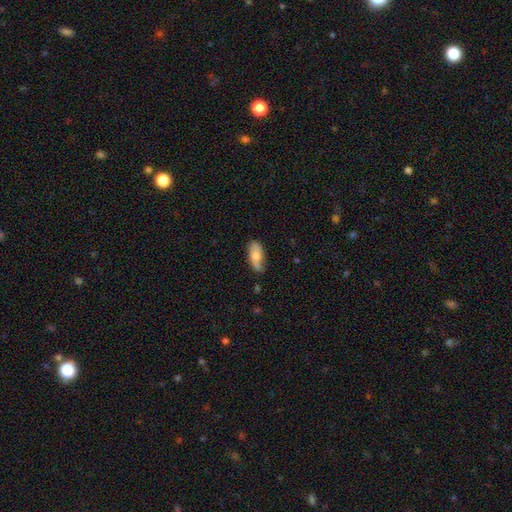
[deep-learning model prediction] Smooth or featured? Predicted: smooth (p=0.66). How rounded? Predicted: in between (p=0.83). Merging? Predicted: none (p=0.59).